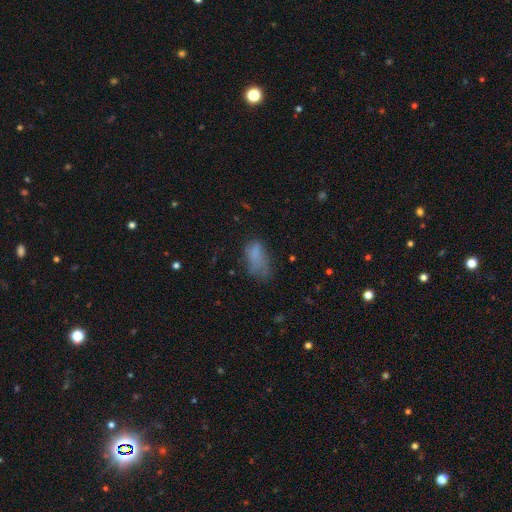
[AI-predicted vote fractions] A smooth galaxy with no disk features (67%) that is in between round and cigar-shaped (88%).

Vote fractions:
- Smooth or featured? smooth: 67% / featured or disk: 19% / star or artifact: 14%
- How rounded? in between: 88% / cigar-shaped: 6% / round: 6%
- Merging? none: 35% / major disturbance: 31% / minor disturbance: 30% / merger: 4%